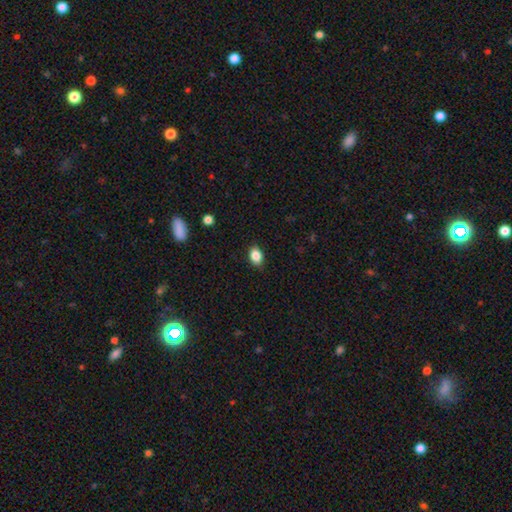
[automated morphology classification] A smooth galaxy with no disk features (86%) that is in between round and cigar-shaped (78%).

Vote fractions:
- Smooth or featured? smooth: 86% / star or artifact: 9% / featured or disk: 5%
- How rounded? in between: 78% / round: 21% / cigar-shaped: 1%
- Merging? none: 87% / minor disturbance: 10% / major disturbance: 2% / merger: 1%